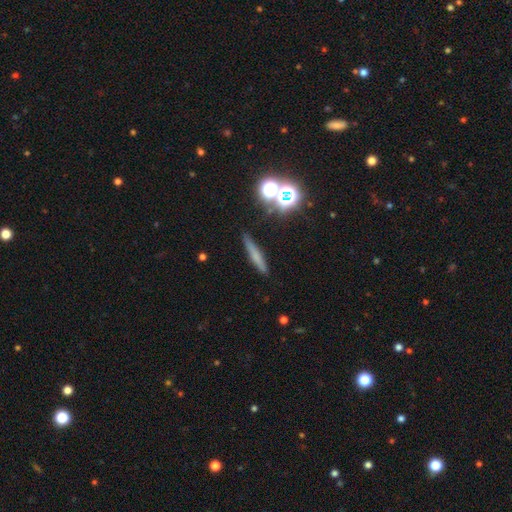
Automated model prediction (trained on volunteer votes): smooth_or_featured: smooth (p=0.54) [alt: featured or disk p=0.29]
how_rounded: cigar-shaped (p=0.88) [alt: in between p=0.07]
merging: none (p=0.86) [alt: minor disturbance p=0.09]